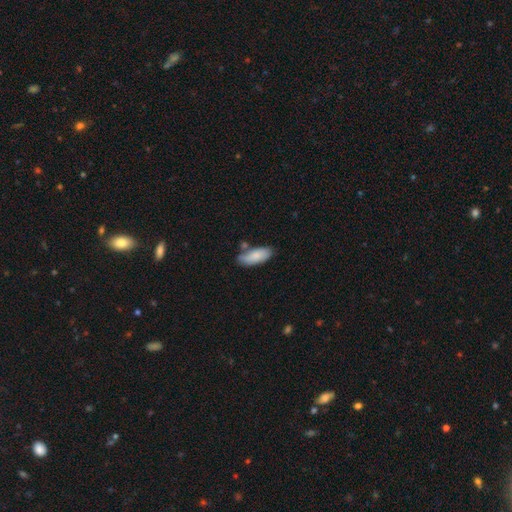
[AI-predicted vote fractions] A smooth galaxy with no disk features (81%) that is in between round and cigar-shaped (81%).

Vote fractions:
- Smooth or featured? smooth: 81% / featured or disk: 13% / star or artifact: 6%
- How rounded? in between: 81% / cigar-shaped: 18% / round: 2%
- Merging? none: 63% / minor disturbance: 22% / merger: 11% / major disturbance: 5%